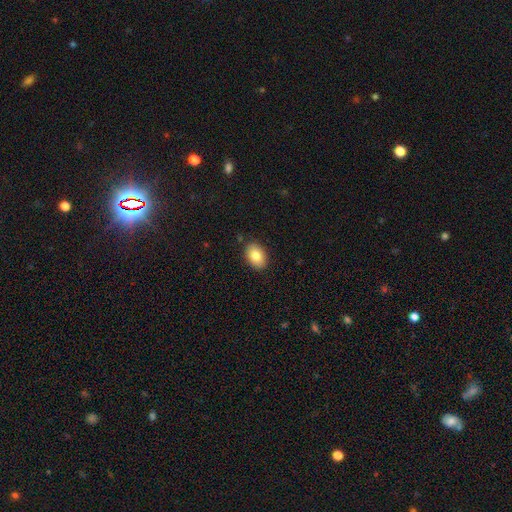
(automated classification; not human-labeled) smooth 85%, featured or disk 8%, star or artifact 7%. Down the decision tree: how rounded — in between (86%); merging — none (87%).